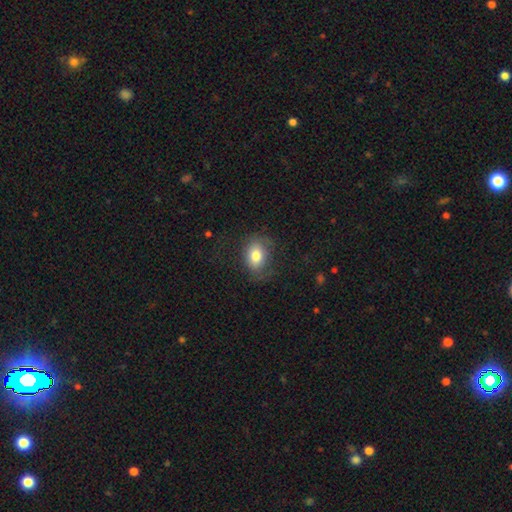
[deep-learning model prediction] This appears to be a smooth galaxy with no disk features (76%) that is in between round and cigar-shaped (65%). Merging: none (61%).